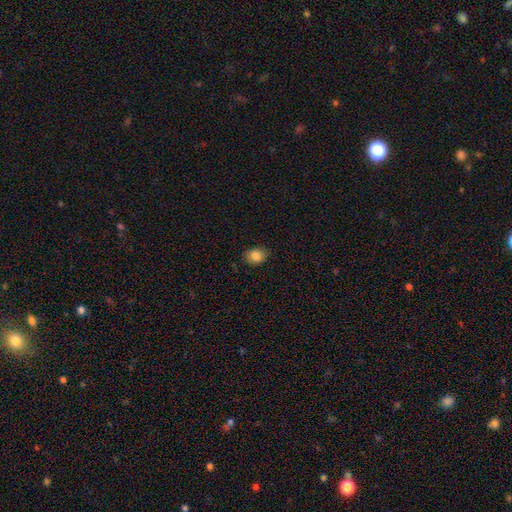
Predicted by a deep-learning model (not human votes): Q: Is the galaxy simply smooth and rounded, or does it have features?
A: smooth — 85%.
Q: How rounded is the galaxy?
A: in between — 55%.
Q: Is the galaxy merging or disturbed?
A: none — 82%.